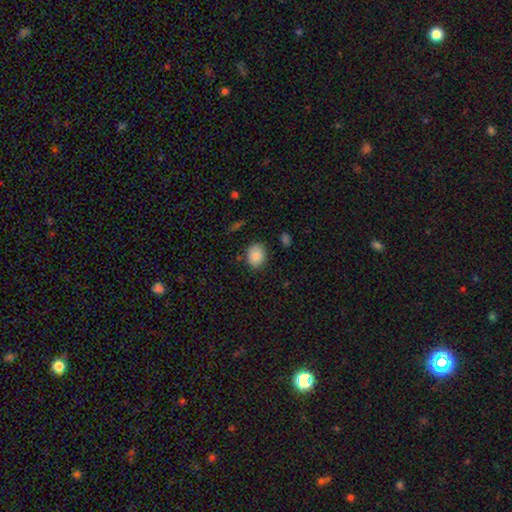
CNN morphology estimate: Smooth or featured: smooth — 86% (star or artifact — 8%)
How rounded: in between — 54% (round — 45%)
Merging: none — 82% (minor disturbance — 13%)